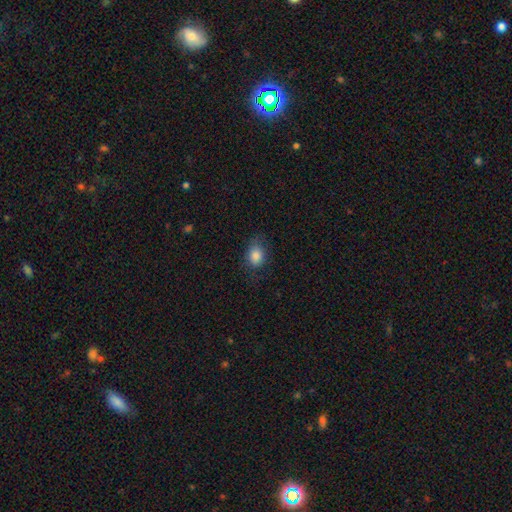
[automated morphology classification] A smooth galaxy with no disk features (84%) that is in between round and cigar-shaped (61%).

Vote fractions:
- Smooth or featured? smooth: 84% / star or artifact: 9% / featured or disk: 7%
- How rounded? in between: 61% / round: 38% / cigar-shaped: 1%
- Merging? none: 70% / minor disturbance: 21% / major disturbance: 8% / merger: 1%